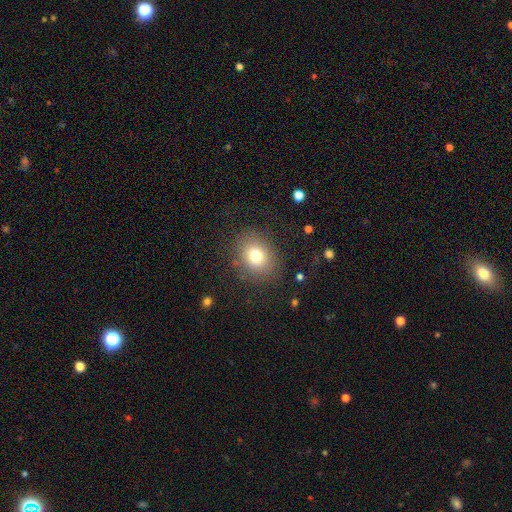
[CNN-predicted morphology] A smooth galaxy with no disk features (75%) that is round (59%).

Vote fractions:
- Smooth or featured? smooth: 75% / star or artifact: 13% / featured or disk: 12%
- How rounded? round: 59% / in between: 40% / cigar-shaped: 1%
- Merging? none: 83% / minor disturbance: 10% / major disturbance: 5% / merger: 1%